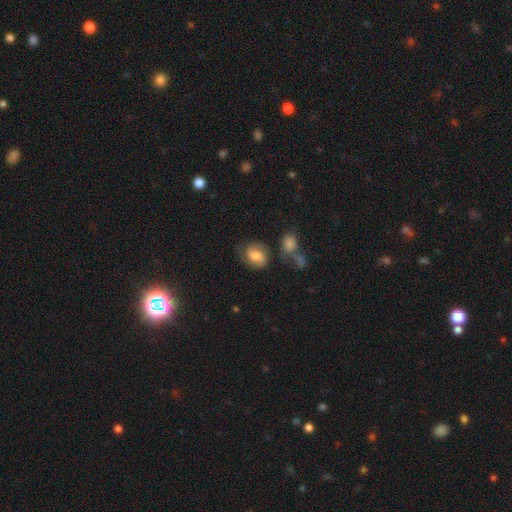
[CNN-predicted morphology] Smooth or featured?
  - smooth: 55% *
  - featured or disk: 36%
  - star or artifact: 9%
How rounded?
  - in between: 61% *
  - round: 37%
  - cigar-shaped: 1%
Merging?
  - none: 57% *
  - minor disturbance: 21%
  - major disturbance: 12%
  - merger: 10%